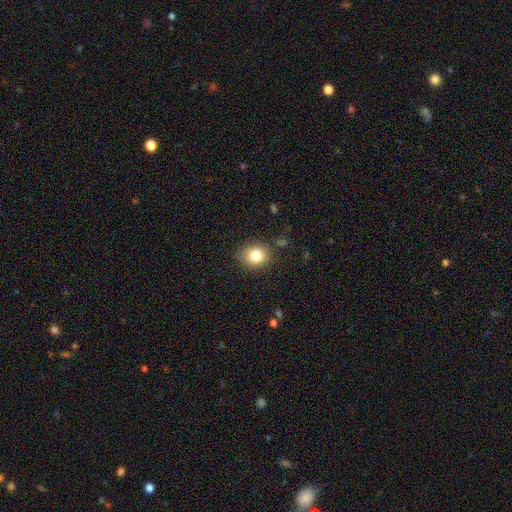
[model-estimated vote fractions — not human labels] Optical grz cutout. It shows a smooth galaxy with no disk features (82%) that is round (71%). Merging: none (83%).